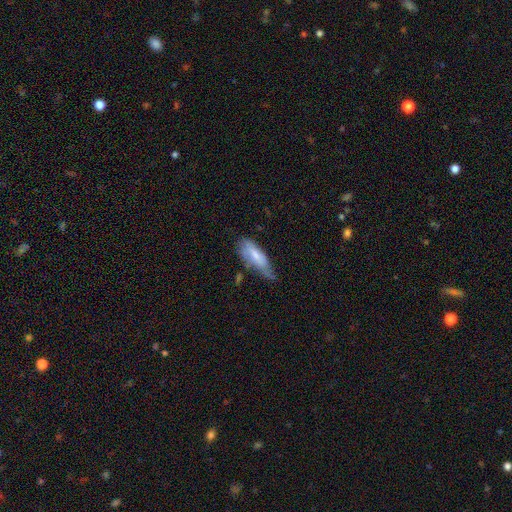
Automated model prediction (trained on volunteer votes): The model was most divided on "merging": minor disturbance: 43%, none: 34%, major disturbance: 17%, merger: 6%. More confident: how rounded — in between (67%); smooth or featured — smooth (63%).